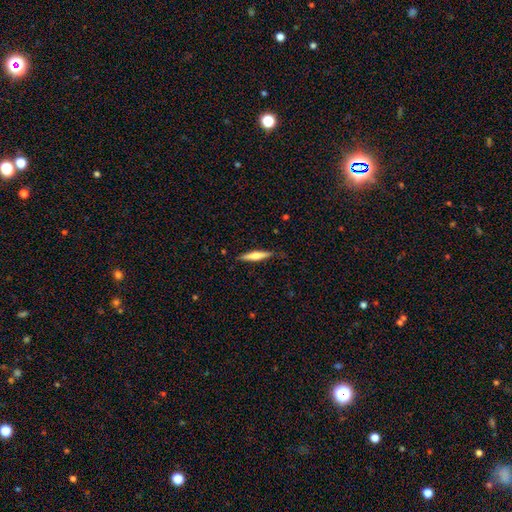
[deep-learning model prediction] smooth-or-featured: smooth: 48% | featured or disk: 46% | star or artifact: 6%
  merging: none: 85% | minor disturbance: 11% | major disturbance: 2% | merger: 1%